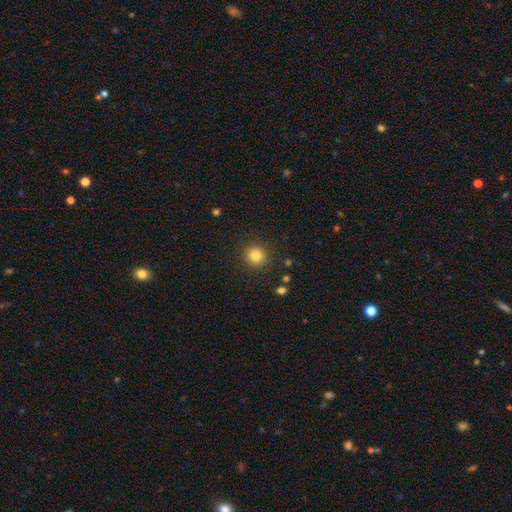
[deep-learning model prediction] A smooth galaxy with no disk features (82%) that is round (91%). Merging: none (90%).